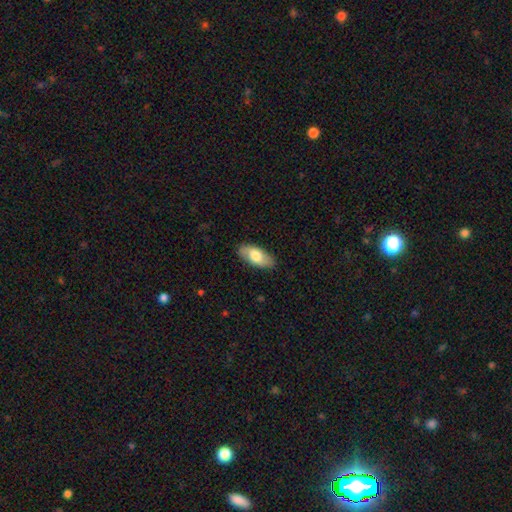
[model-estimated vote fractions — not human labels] Q: Smooth or featured?
A: smooth (73%); runner-up: featured or disk (22%)
Q: How rounded?
A: in between (89%); runner-up: cigar-shaped (9%)
Q: Merging?
A: none (85%); runner-up: minor disturbance (11%)